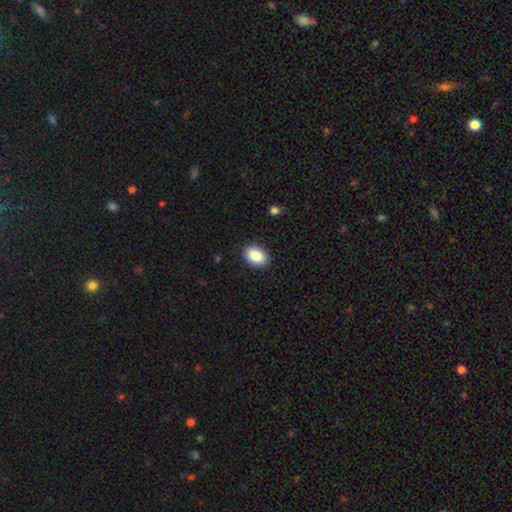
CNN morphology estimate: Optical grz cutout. It shows a smooth galaxy with no disk features (86%) that is in between round and cigar-shaped (84%). Merging: none (89%).